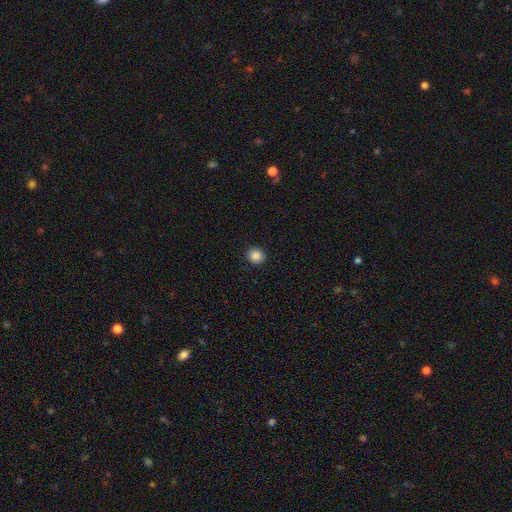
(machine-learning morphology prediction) Smooth or featured? Predicted: smooth (p=0.87). How rounded? Predicted: round (p=0.88). Merging? Predicted: none (p=0.92).